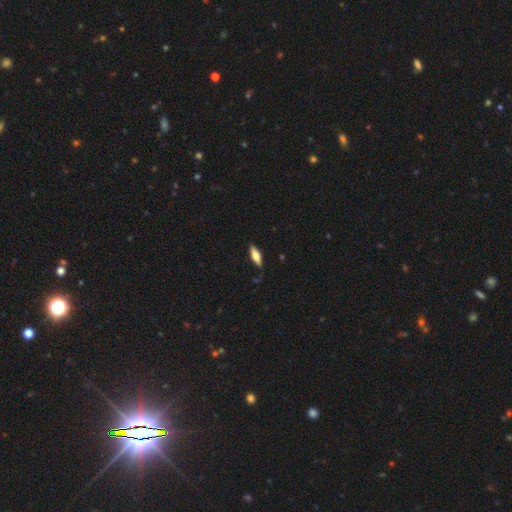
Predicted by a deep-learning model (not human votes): Morphology: type=smooth (62%); roundness=in between (56%); merging=none (83%).